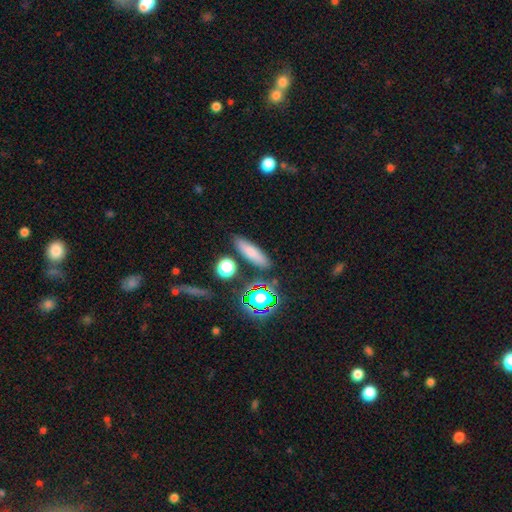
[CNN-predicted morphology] This is likely a smooth galaxy (72%). How rounded: possibly cigar-shaped (51%). Merging: clearly none (83%).